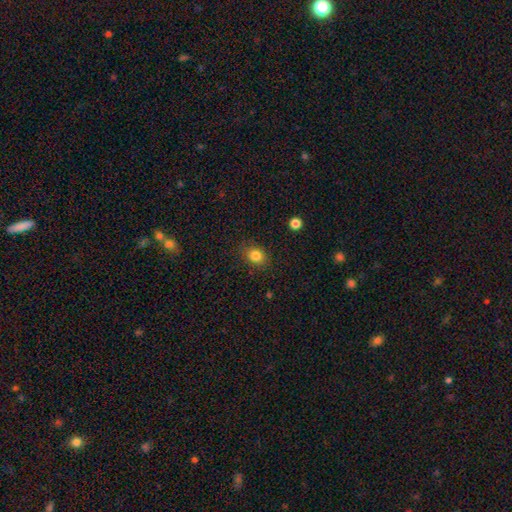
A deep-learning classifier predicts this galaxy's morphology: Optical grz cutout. It shows a smooth galaxy with no disk features (83%) that is round (50%). Merging: none (83%).